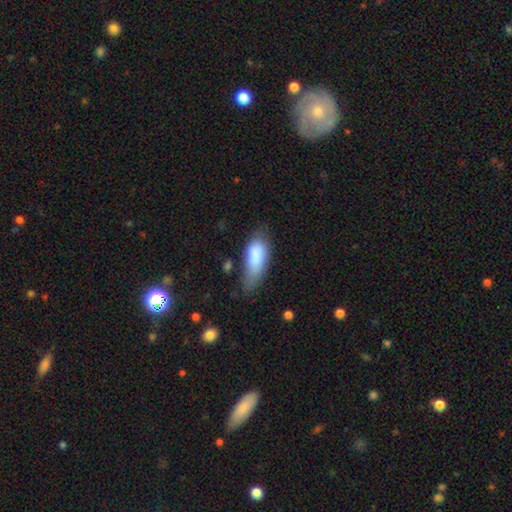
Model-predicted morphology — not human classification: smooth 81%, featured or disk 12%, star or artifact 7%. Down the decision tree: how rounded — in between (80%); merging — none (42%).